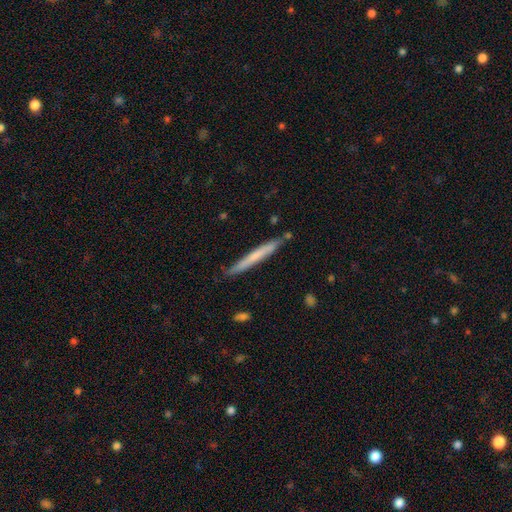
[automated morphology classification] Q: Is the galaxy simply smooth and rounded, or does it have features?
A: smooth — 58%.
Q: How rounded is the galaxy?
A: cigar-shaped — 97%.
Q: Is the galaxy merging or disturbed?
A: none — 83%.